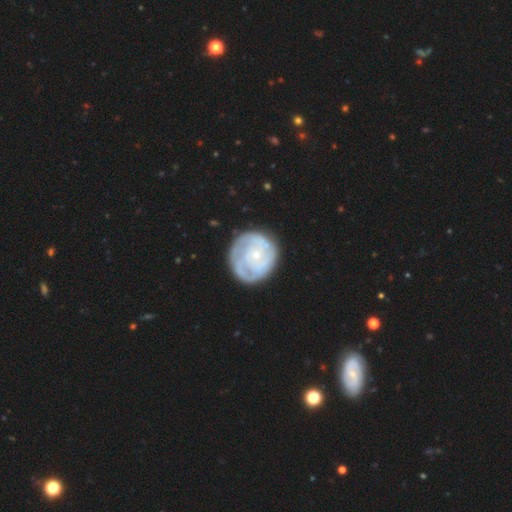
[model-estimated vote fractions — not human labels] Morphology: type=featured or disk (67%); edge-on=no (98%); bar=no (82%); spiral arms=yes (73%); bulge=small (80%); merging=none (71%).